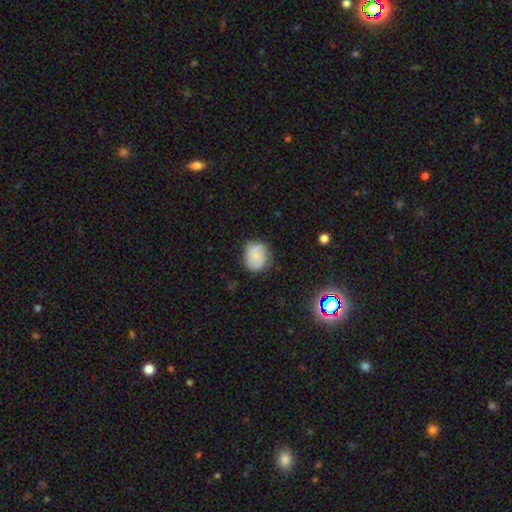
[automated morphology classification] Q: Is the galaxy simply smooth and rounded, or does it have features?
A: smooth — 77%.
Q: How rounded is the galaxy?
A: round — 70%.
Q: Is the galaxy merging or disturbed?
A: none — 67%.